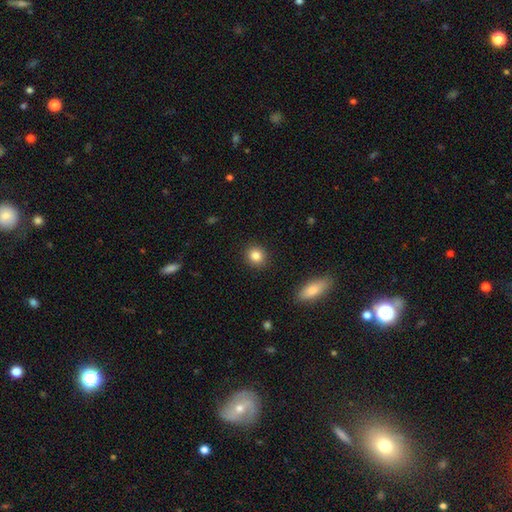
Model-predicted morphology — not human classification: smooth 84%, star or artifact 10%, featured or disk 6%. Down the decision tree: how rounded — round (82%); merging — none (91%).